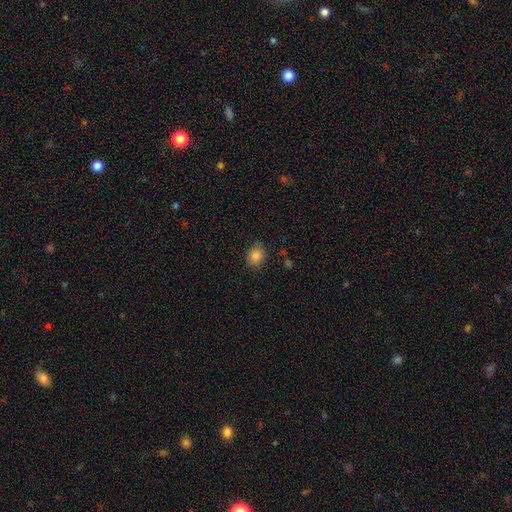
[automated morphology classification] This is clearly a smooth galaxy (85%). How rounded: possibly round (57%). Merging: likely none (79%).